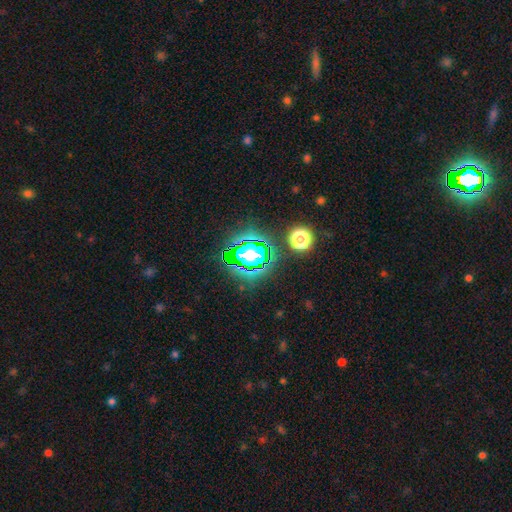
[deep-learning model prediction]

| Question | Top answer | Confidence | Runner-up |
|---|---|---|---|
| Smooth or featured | star or artifact | 63% | smooth (25%) |